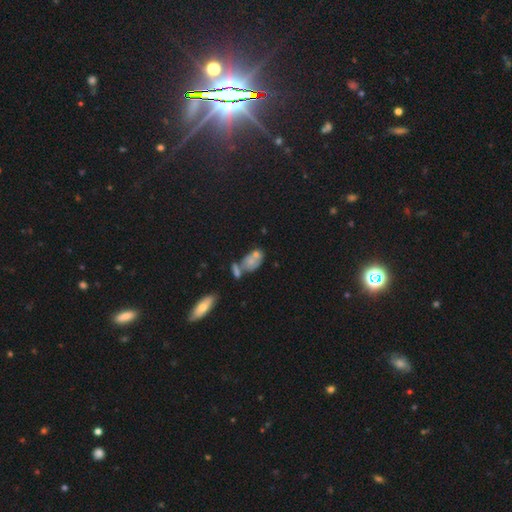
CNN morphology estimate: This appears to be a smooth galaxy with no disk features (54%) that is in between round and cigar-shaped (77%). Merging: none (39%).